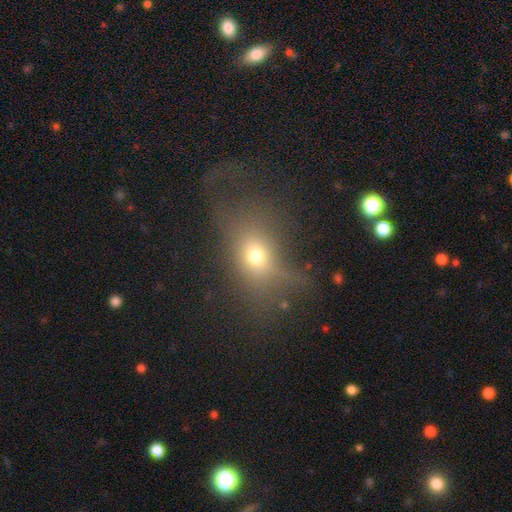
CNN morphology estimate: smooth-or-featured: smooth: 61% | featured or disk: 21% | star or artifact: 18%
  how-rounded: in between: 59% | round: 37% | cigar-shaped: 5%
  merging: none: 46% | major disturbance: 31% | minor disturbance: 19% | merger: 4%